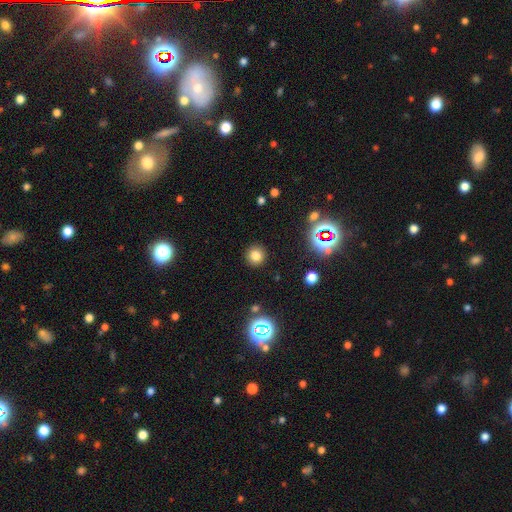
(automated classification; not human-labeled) smooth-or-featured: smooth: 77% | star or artifact: 17% | featured or disk: 6%
  how-rounded: round: 93% | in between: 6% | cigar-shaped: 1%
  merging: none: 90% | minor disturbance: 6% | major disturbance: 2% | merger: 2%